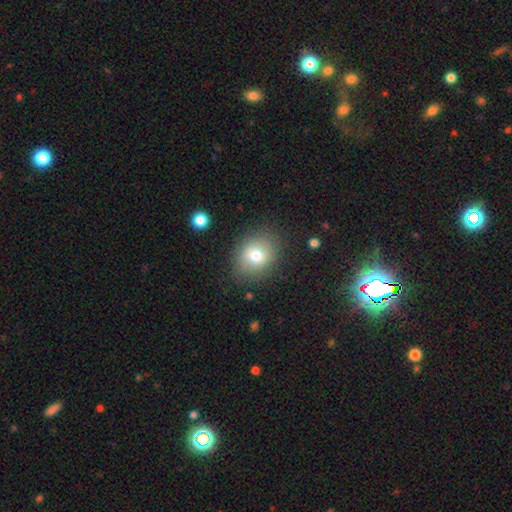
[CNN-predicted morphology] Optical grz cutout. It shows a smooth galaxy with no disk features (74%) that is round (52%). Merging: none (81%).